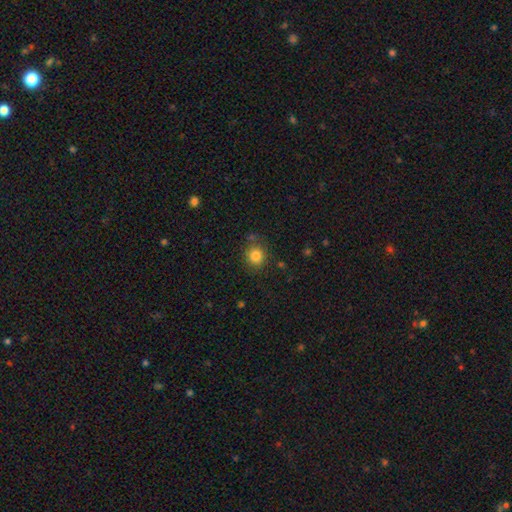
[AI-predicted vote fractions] smooth 83%, star or artifact 11%, featured or disk 6%. Down the decision tree: how rounded — round (83%); merging — none (80%).